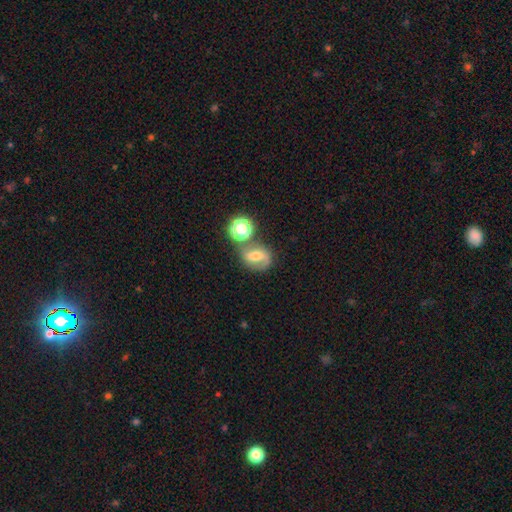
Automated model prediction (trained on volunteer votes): Q: Smooth or featured?
A: featured or disk (56%); runner-up: smooth (29%)
Q: Edge-on disk?
A: no (97%); runner-up: yes (3%)
Q: Bar?
A: weak (45%); runner-up: strong (30%)
Q: Spiral arms?
A: yes (86%); runner-up: no (14%)
Q: Bulge size?
A: moderate (58%); runner-up: small (27%)
Q: Merging?
A: none (59%); runner-up: merger (17%)